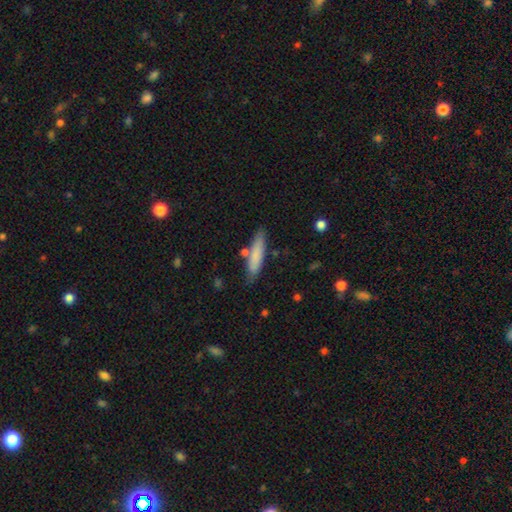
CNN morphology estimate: smooth 80%, featured or disk 14%, star or artifact 6%. Down the decision tree: how rounded — cigar-shaped (80%); merging — none (76%).